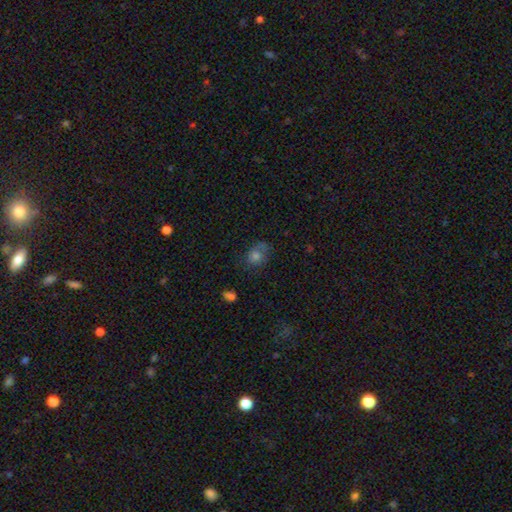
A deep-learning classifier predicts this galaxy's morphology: Smooth or featured? smooth (66%)
How rounded? round (59%)
Merging? none (58%)